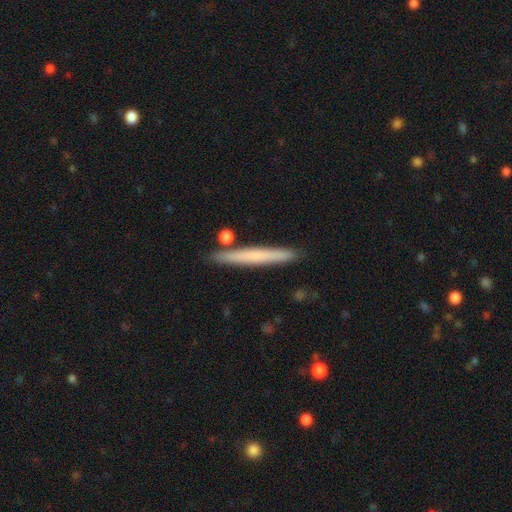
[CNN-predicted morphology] A smooth galaxy with no disk features (58%) that is cigar-shaped (97%). Merging: none (87%).